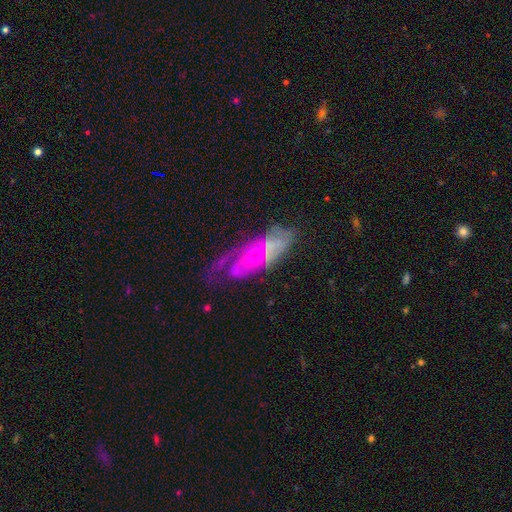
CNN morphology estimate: A featured or disk galaxy (70%) with no bar (72%), spiral arms (70%) and a small central bulge (54%). Merging: none (46%).